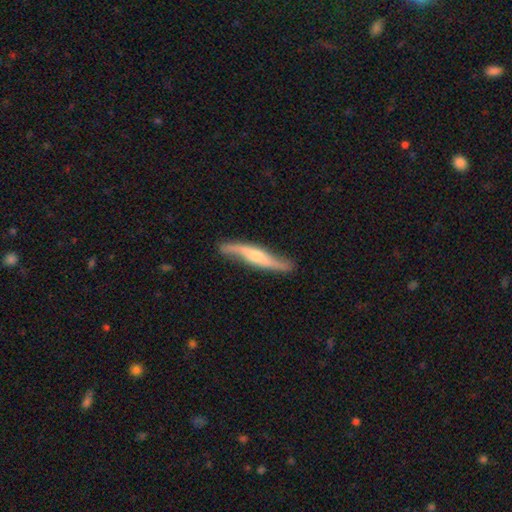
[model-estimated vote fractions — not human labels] The model was most divided on "edge-on disk": yes: 63%, no: 37%. More confident: merging — none (81%); smooth or featured — featured or disk (76%).